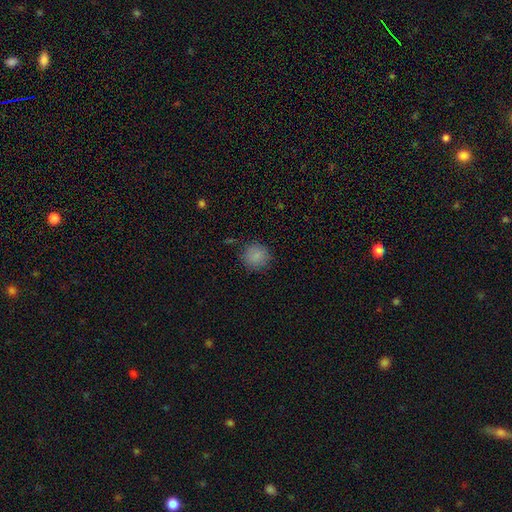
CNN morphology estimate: This appears to be a smooth galaxy with no disk features (84%) that is round (90%). Merging: none (84%).